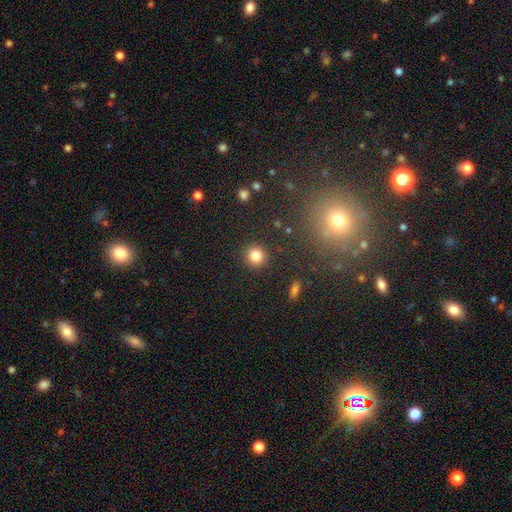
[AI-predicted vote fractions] Morphology: type=smooth (83%); roundness=round (91%); merging=none (90%).